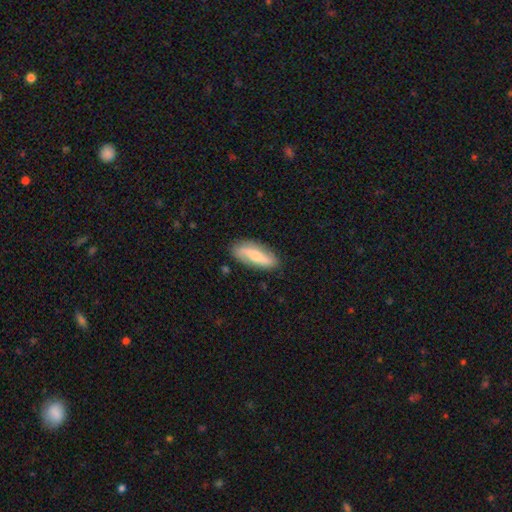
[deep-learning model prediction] Overall: featured or disk (47%, tied with smooth). Merging: none (82%).